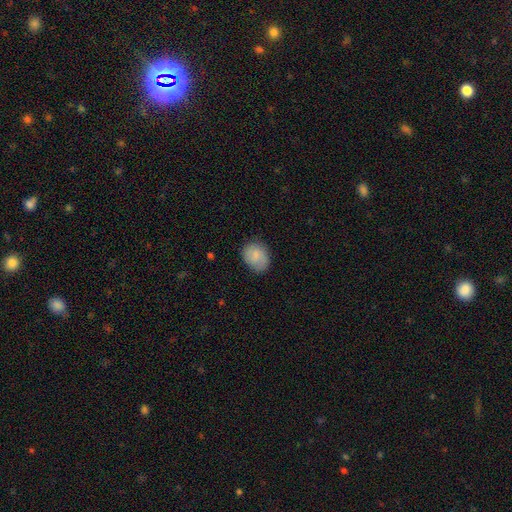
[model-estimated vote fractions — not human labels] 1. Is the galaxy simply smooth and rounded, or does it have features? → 84% smooth, 9% featured or disk, 7% star or artifact.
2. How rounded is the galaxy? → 52% in between, 47% round, 1% cigar-shaped.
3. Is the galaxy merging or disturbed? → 76% none, 19% minor disturbance, 4% major disturbance, 1% merger.